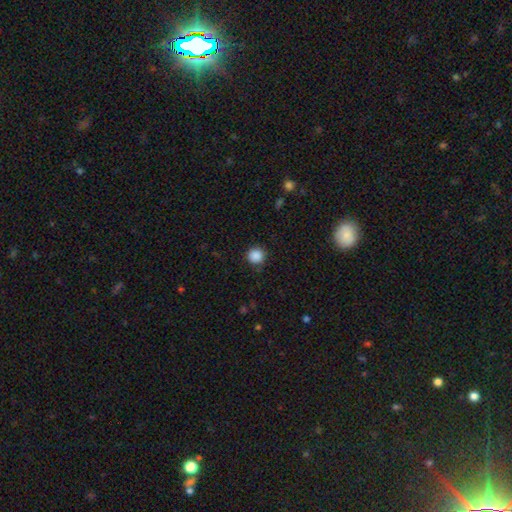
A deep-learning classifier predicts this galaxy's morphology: type=smooth (88%); roundness=round (94%); merging=none (89%).